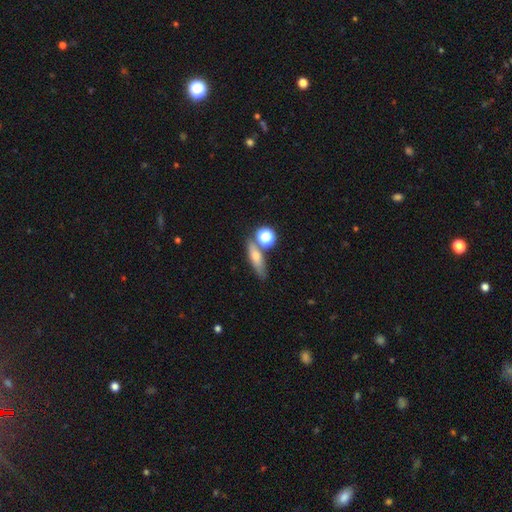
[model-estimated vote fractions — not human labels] The model was most divided on "how rounded": cigar-shaped: 49%, in between: 35%, round: 16%. More confident: merging — none (66%); smooth or featured — smooth (60%).